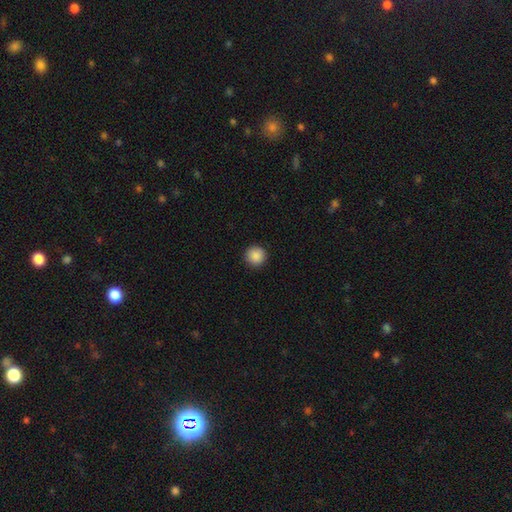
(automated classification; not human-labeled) Overall: smooth (89%). How rounded: round (95%). Merging: none (92%).